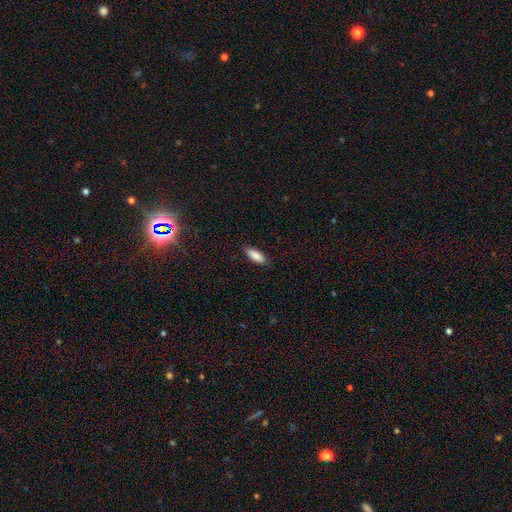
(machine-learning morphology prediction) Q: Smooth or featured?
A: smooth (88%); runner-up: star or artifact (6%)
Q: How rounded?
A: in between (74%); runner-up: cigar-shaped (24%)
Q: Merging?
A: none (85%); runner-up: minor disturbance (12%)